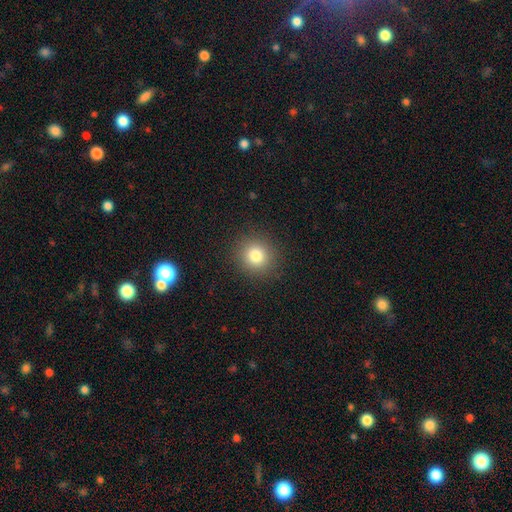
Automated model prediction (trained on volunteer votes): smooth 81%, star or artifact 12%, featured or disk 7%. Down the decision tree: how rounded — round (89%); merging — none (90%).